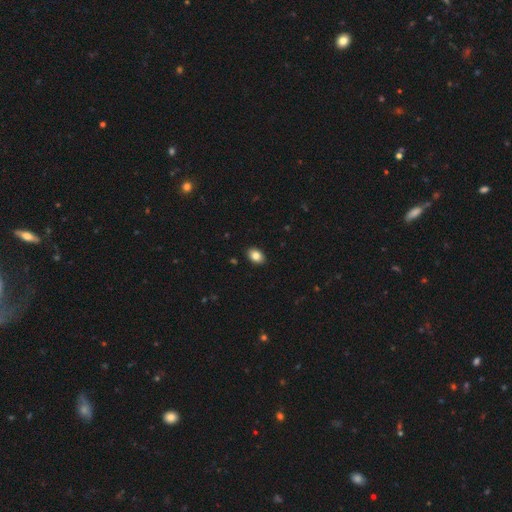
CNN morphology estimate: Overall: smooth (84%). How rounded: in between (80%). Merging: none (90%).